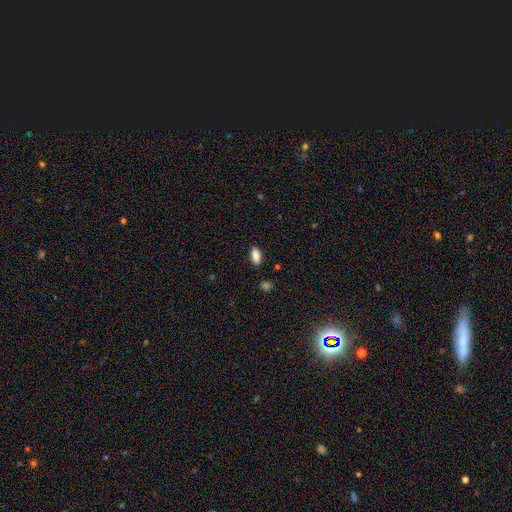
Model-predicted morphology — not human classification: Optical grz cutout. It shows a smooth galaxy with no disk features (87%) that is in between round and cigar-shaped (84%). Merging: none (87%).